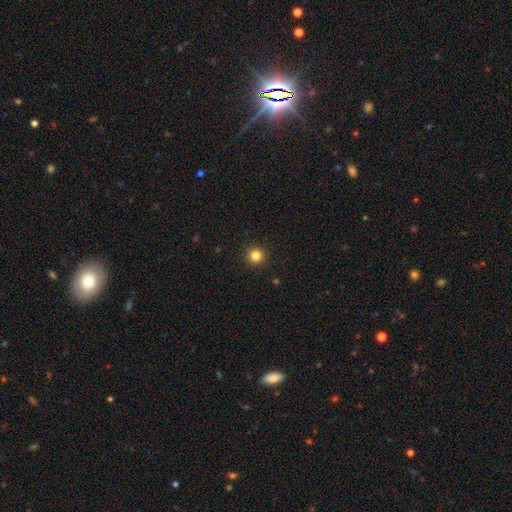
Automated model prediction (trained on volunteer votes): Q: Smooth or featured?
A: smooth (83%); runner-up: star or artifact (12%)
Q: How rounded?
A: round (95%); runner-up: in between (4%)
Q: Merging?
A: none (93%); runner-up: minor disturbance (4%)